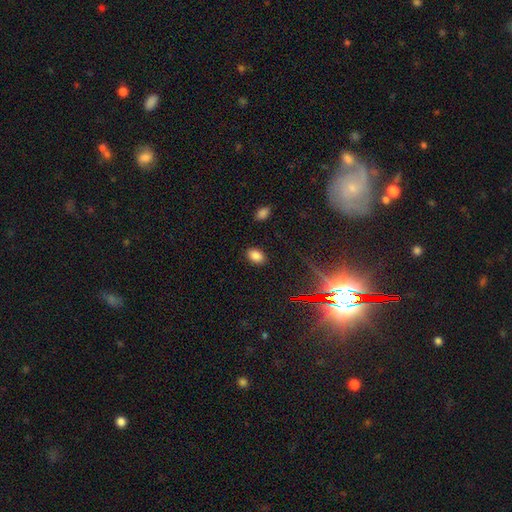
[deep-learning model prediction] Smooth or featured? Predicted: smooth (p=0.82). How rounded? Predicted: in between (p=0.83). Merging? Predicted: none (p=0.87).